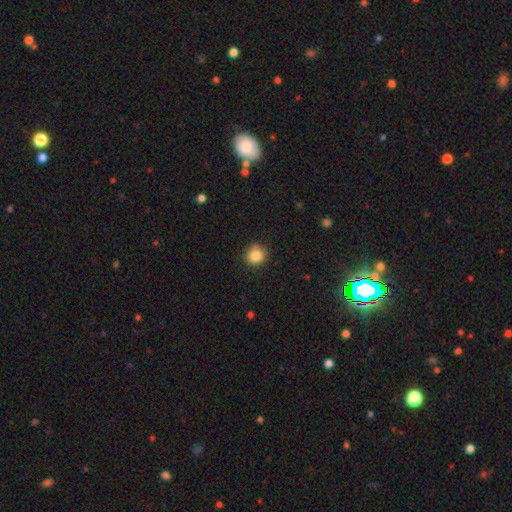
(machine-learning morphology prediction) type=smooth (84%); roundness=round (88%); merging=none (81%).